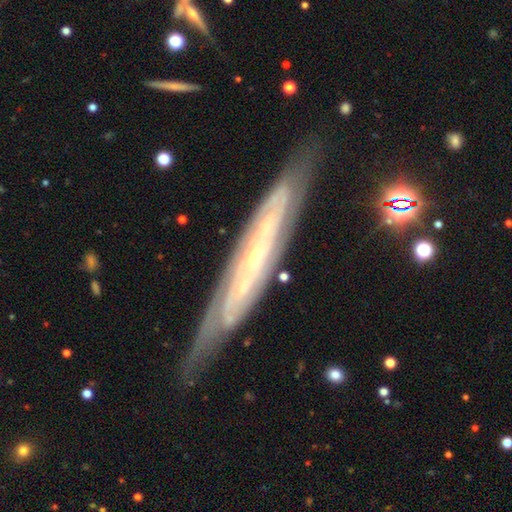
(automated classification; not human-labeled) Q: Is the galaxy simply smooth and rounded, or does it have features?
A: featured or disk — 82%.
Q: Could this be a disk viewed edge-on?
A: no — 56%.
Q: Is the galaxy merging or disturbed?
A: none — 75%.